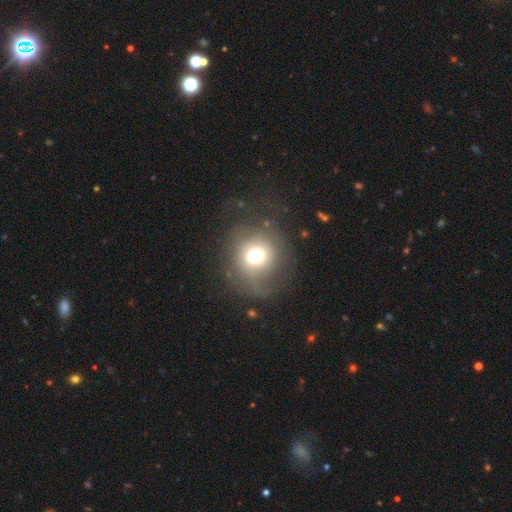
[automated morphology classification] smooth 65%, featured or disk 20%, star or artifact 15%. Down the decision tree: how rounded — round (89%); merging — none (59%).